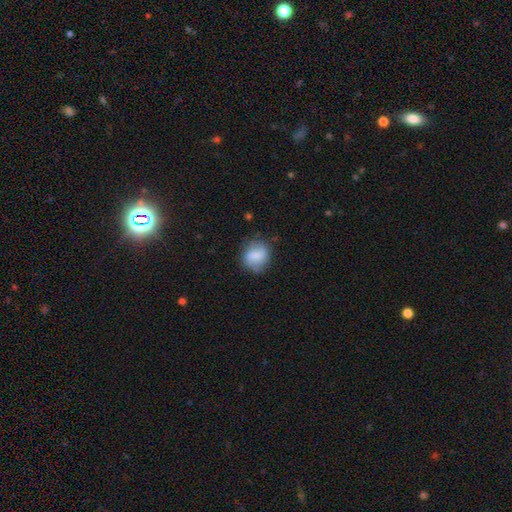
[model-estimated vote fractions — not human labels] The model was most divided on "smooth or featured": smooth: 64%, featured or disk: 28%, star or artifact: 8%. More confident: how rounded — round (78%); merging — none (73%).